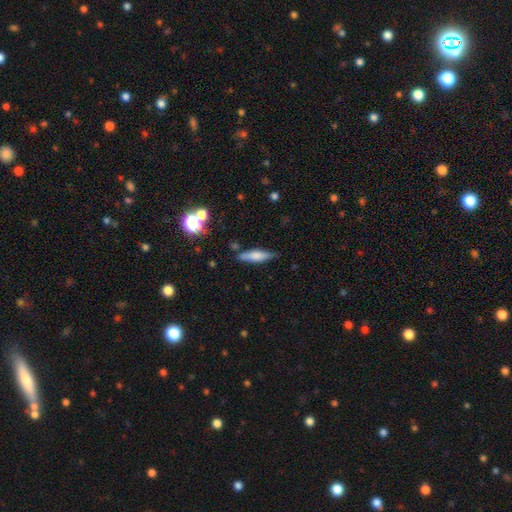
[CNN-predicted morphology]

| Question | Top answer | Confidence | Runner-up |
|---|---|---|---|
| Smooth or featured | smooth | 64% | featured or disk (28%) |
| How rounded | cigar-shaped | 66% | in between (32%) |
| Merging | none | 80% | minor disturbance (14%) |